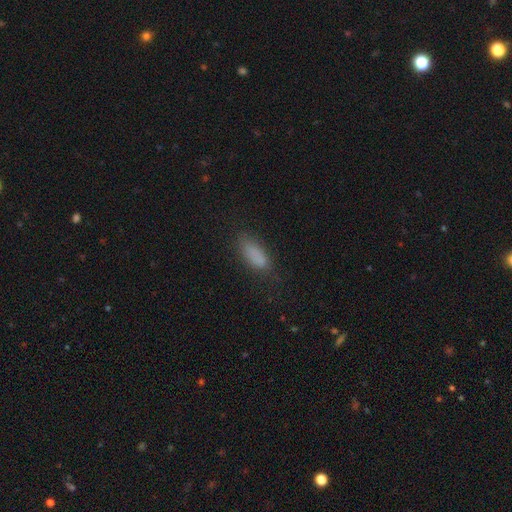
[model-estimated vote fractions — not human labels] Smooth or featured? smooth (82%)
How rounded? in between (75%)
Merging? none (68%)